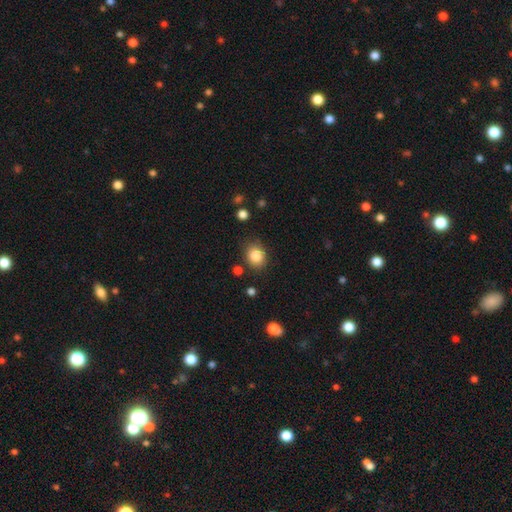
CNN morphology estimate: smooth-or-featured: smooth: 86% | star or artifact: 9% | featured or disk: 5%
  how-rounded: round: 65% | in between: 34% | cigar-shaped: 1%
  merging: none: 82% | minor disturbance: 12% | major disturbance: 4% | merger: 3%